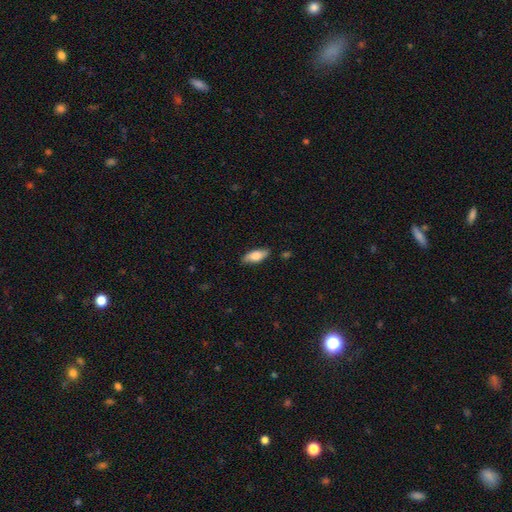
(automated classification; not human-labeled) Morphology: type=smooth (75%); roundness=in between (74%); merging=none (84%).